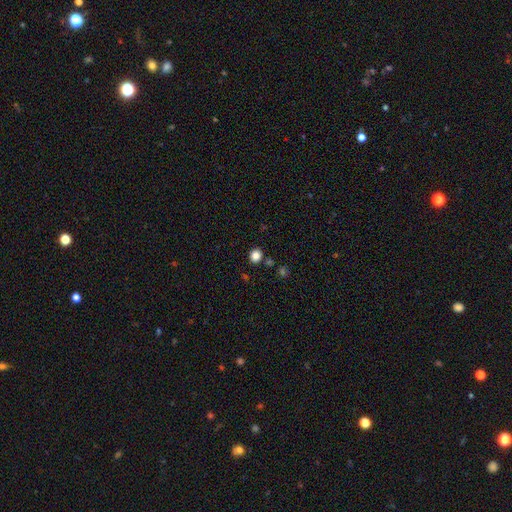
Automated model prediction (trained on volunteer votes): smooth 85%, star or artifact 12%, featured or disk 4%. Down the decision tree: how rounded — round (80%); merging — none (86%).